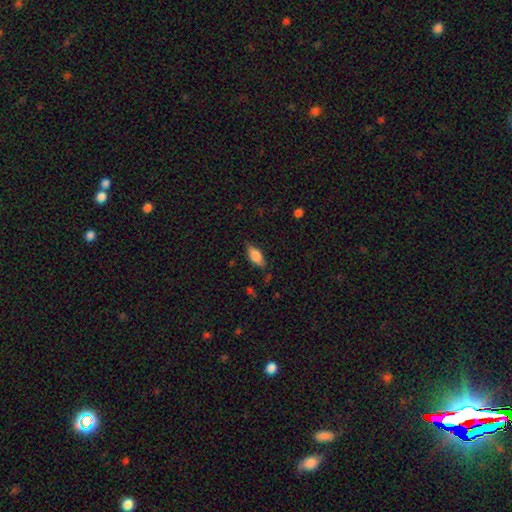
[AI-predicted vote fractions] The model was most divided on "merging": none: 76%, minor disturbance: 18%, major disturbance: 4%, merger: 1%. More confident: how rounded — in between (85%); smooth or featured — smooth (79%).